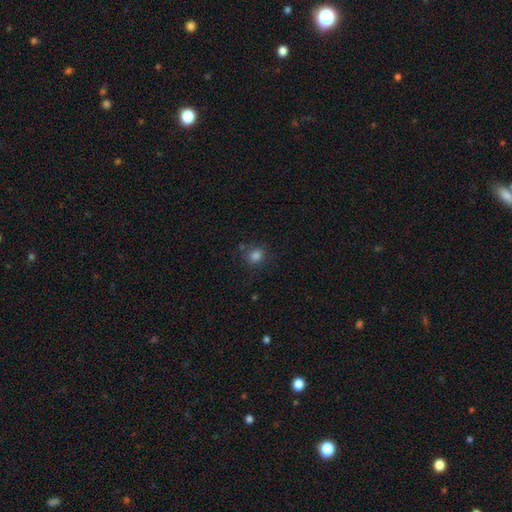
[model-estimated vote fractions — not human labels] smooth-or-featured: smooth: 82% | star or artifact: 13% | featured or disk: 5%
  how-rounded: round: 59% | in between: 40% | cigar-shaped: 1%
  merging: none: 75% | minor disturbance: 15% | major disturbance: 5% | merger: 5%